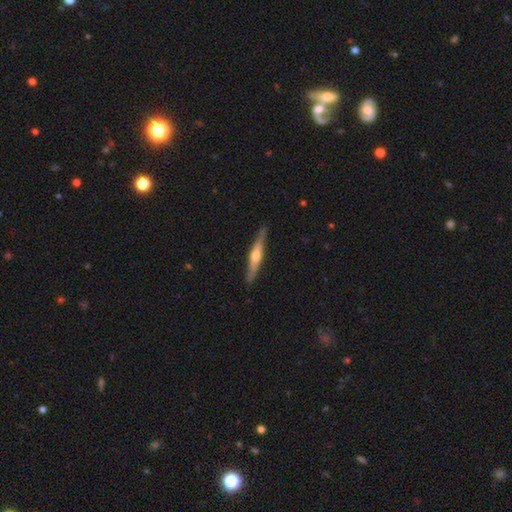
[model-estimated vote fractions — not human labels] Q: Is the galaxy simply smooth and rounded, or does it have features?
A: featured or disk — 64%.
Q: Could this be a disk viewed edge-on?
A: yes — 96%.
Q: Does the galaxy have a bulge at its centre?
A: rounded — 88%.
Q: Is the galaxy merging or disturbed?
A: none — 87%.